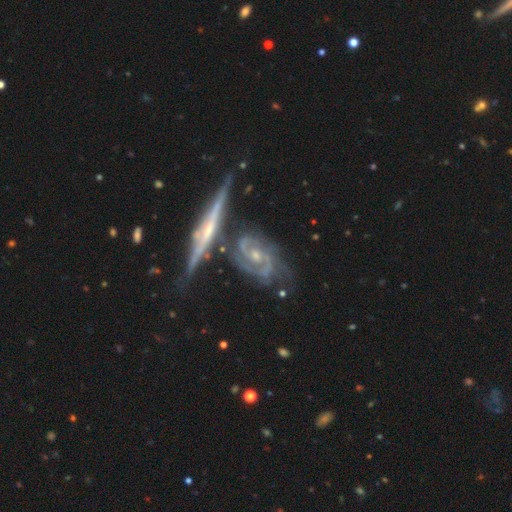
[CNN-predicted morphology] The model was most divided on "spiral winding": tight: 54%, medium: 38%, loose: 8%. More confident: spiral arms — yes (94%); smooth or featured — featured or disk (89%); edge-on disk — no (76%); bulge size — small (60%); spiral arm count — 2 (57%); bar — no (56%); merging — none (54%).